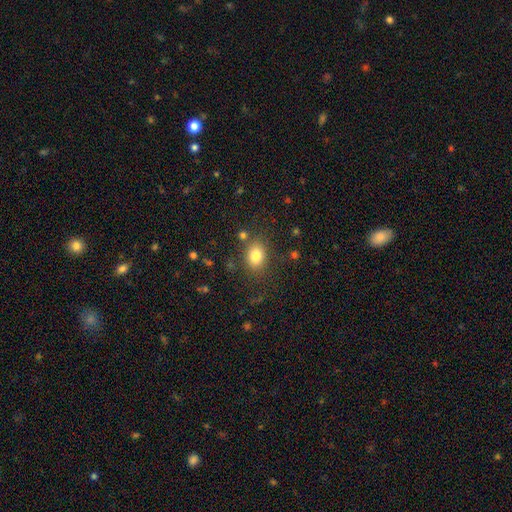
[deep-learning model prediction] smooth 81%, star or artifact 11%, featured or disk 8%. Down the decision tree: how rounded — in between (57%); merging — none (79%).